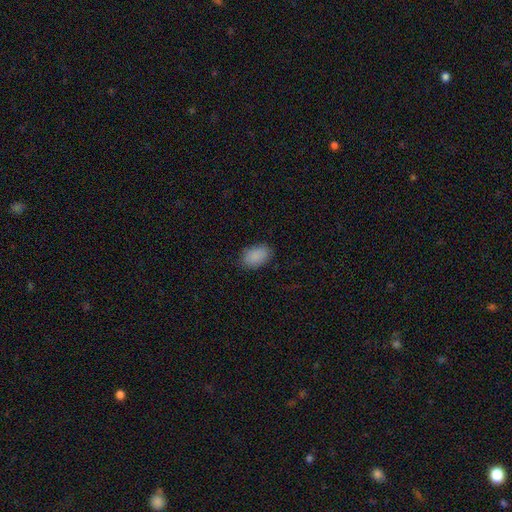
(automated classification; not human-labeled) This appears to be a smooth galaxy with no disk features (89%) that is in between round and cigar-shaped (89%). Merging: none (83%).